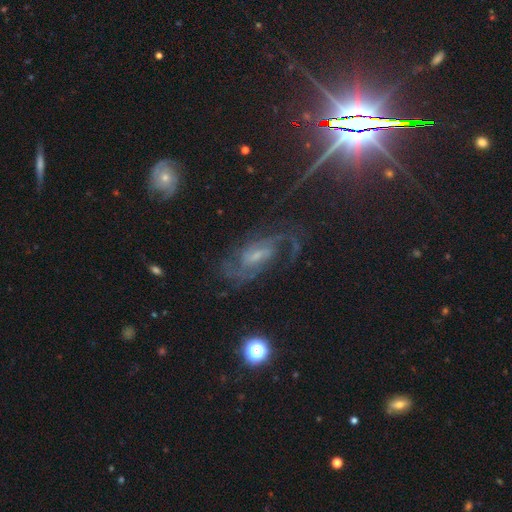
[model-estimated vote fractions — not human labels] The model was most divided on "bulge size": small: 51%, moderate: 32%, none: 12%, large: 4%, dominant: 1%. More confident: spiral arms — yes (95%); edge-on disk — no (95%); smooth or featured — featured or disk (79%); merging — none (67%); spiral arm count — 2 (54%); spiral winding — medium (51%); bar — weak (51%).